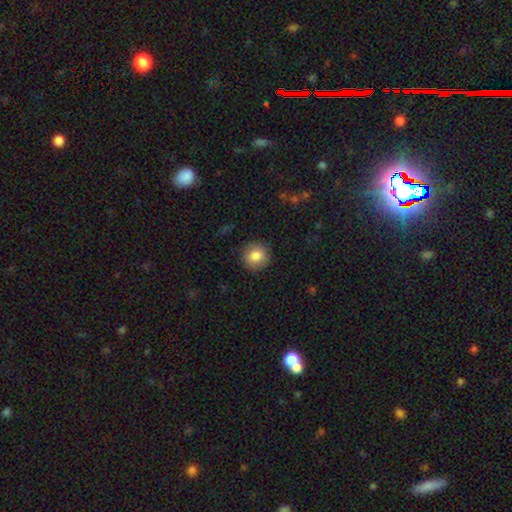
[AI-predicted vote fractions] Overall: smooth (83%). How rounded: round (90%). Merging: none (86%).